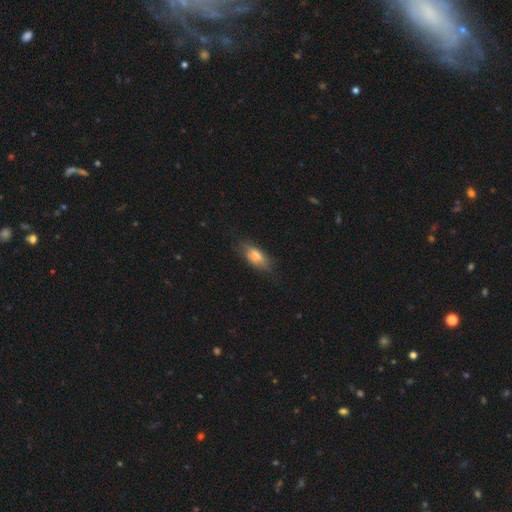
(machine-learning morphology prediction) Smooth or featured?
  - smooth: 69% *
  - featured or disk: 23%
  - star or artifact: 8%
How rounded?
  - in between: 79% *
  - cigar-shaped: 17%
  - round: 4%
Merging?
  - none: 69% *
  - minor disturbance: 23%
  - major disturbance: 6%
  - merger: 1%